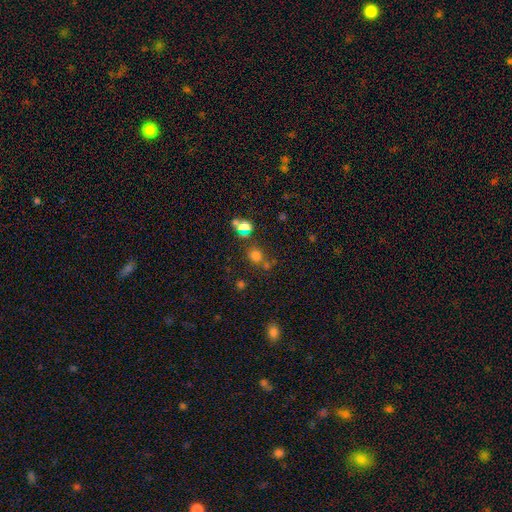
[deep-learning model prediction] Smooth or featured? smooth (70%)
How rounded? round (82%)
Merging? none (68%)